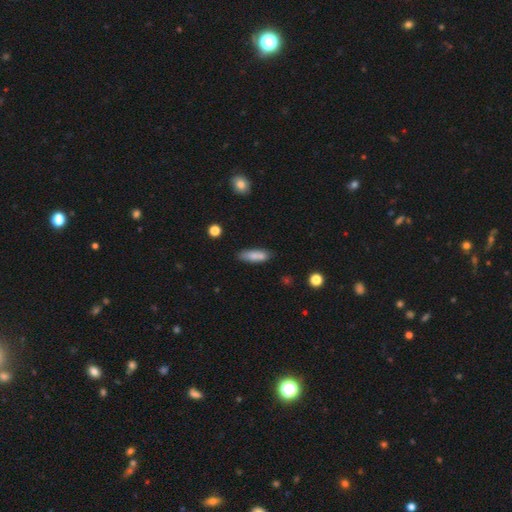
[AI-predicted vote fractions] smooth-or-featured: smooth: 79% | featured or disk: 14% | star or artifact: 7%
  how-rounded: in between: 50% | cigar-shaped: 47% | round: 2%
  merging: none: 73% | minor disturbance: 16% | merger: 8% | major disturbance: 3%